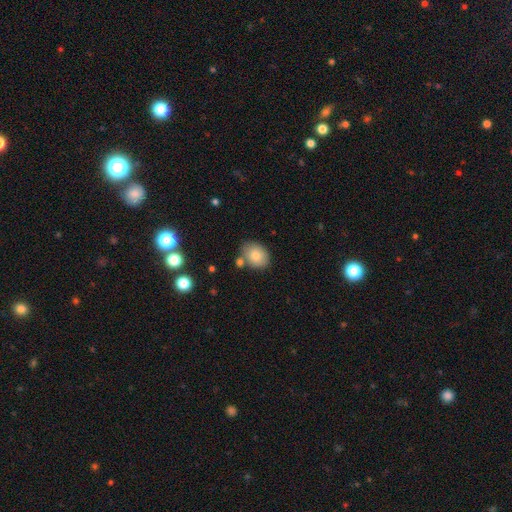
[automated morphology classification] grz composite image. It shows a smooth galaxy with no disk features (81%) that is in between round and cigar-shaped (59%). Merging: none (71%).